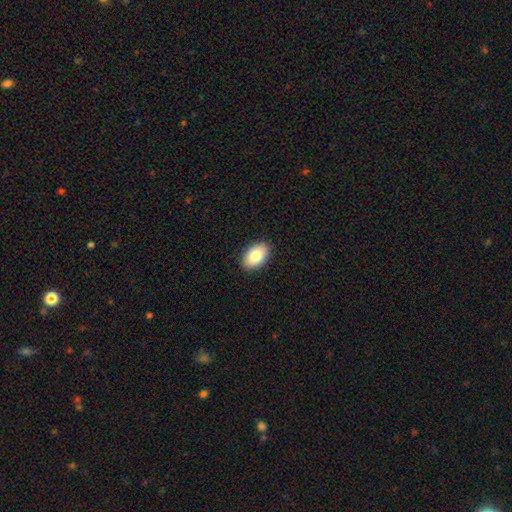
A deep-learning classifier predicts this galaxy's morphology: Smooth or featured?
  - smooth: 83% *
  - featured or disk: 10%
  - star or artifact: 7%
How rounded?
  - in between: 92% *
  - round: 7%
  - cigar-shaped: 1%
Merging?
  - none: 90% *
  - minor disturbance: 7%
  - major disturbance: 2%
  - merger: 1%